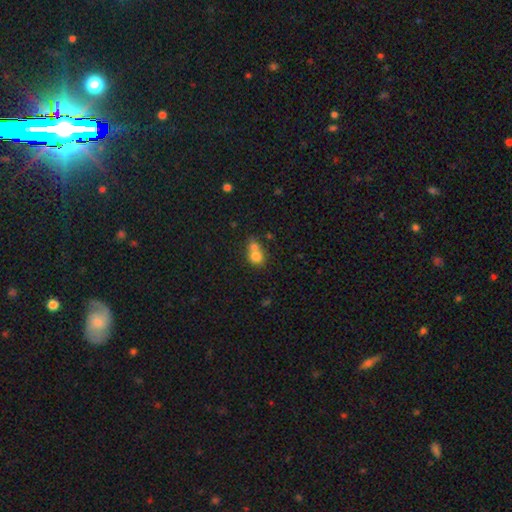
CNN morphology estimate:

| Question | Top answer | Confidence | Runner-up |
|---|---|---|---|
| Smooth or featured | smooth | 73% | featured or disk (15%) |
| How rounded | round | 69% | in between (30%) |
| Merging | merger | 55% | none (31%) |